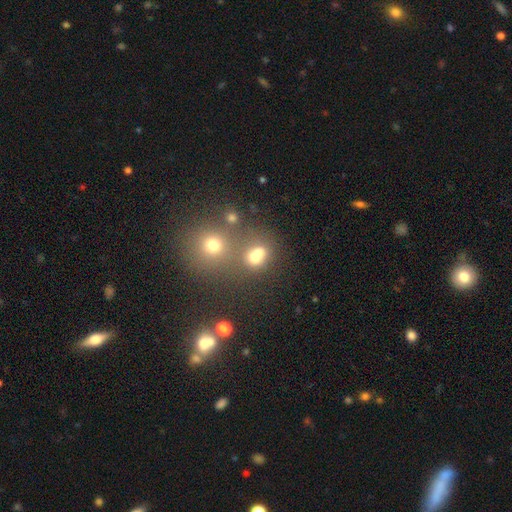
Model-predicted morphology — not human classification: Smooth or featured?
  - smooth: 67% *
  - star or artifact: 21%
  - featured or disk: 12%
How rounded?
  - round: 59% *
  - in between: 39%
  - cigar-shaped: 2%
Merging?
  - none: 45% *
  - merger: 38%
  - minor disturbance: 10%
  - major disturbance: 7%